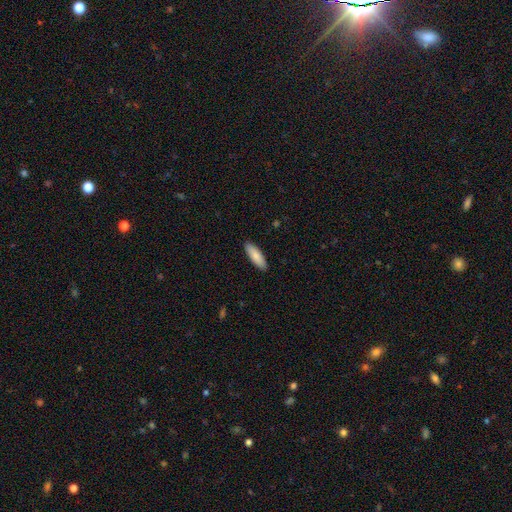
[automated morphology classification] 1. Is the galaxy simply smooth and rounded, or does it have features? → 84% smooth, 10% featured or disk, 5% star or artifact.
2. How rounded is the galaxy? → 51% in between, 48% cigar-shaped, 2% round.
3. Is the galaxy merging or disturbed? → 90% none, 7% minor disturbance, 1% major disturbance, 1% merger.